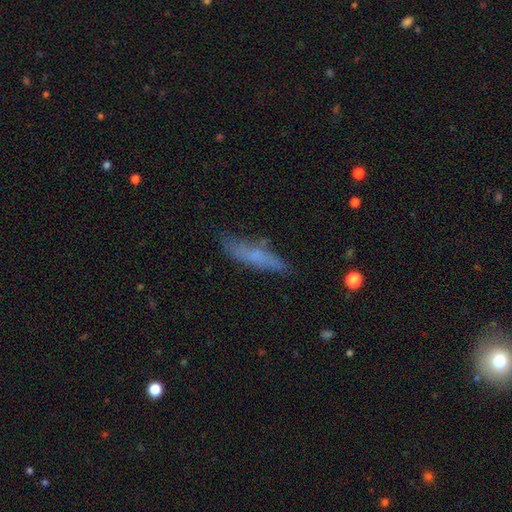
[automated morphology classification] This appears to be a smooth galaxy with no disk features (57%) that is cigar-shaped (79%). Merging: none (69%).